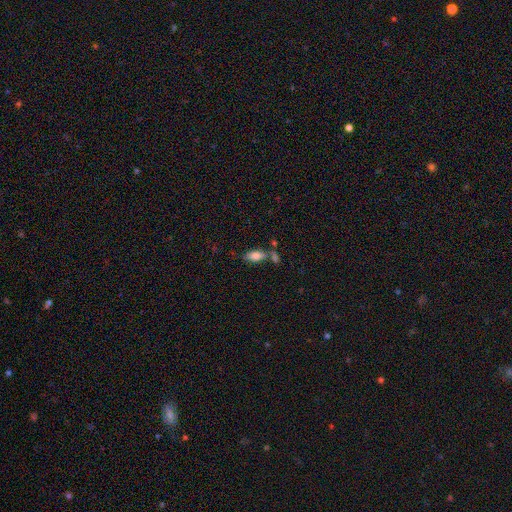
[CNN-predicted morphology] smooth-or-featured: smooth: 79% | featured or disk: 13% | star or artifact: 8%
  how-rounded: in between: 88% | cigar-shaped: 9% | round: 3%
  merging: none: 54% | merger: 27% | minor disturbance: 14% | major disturbance: 5%